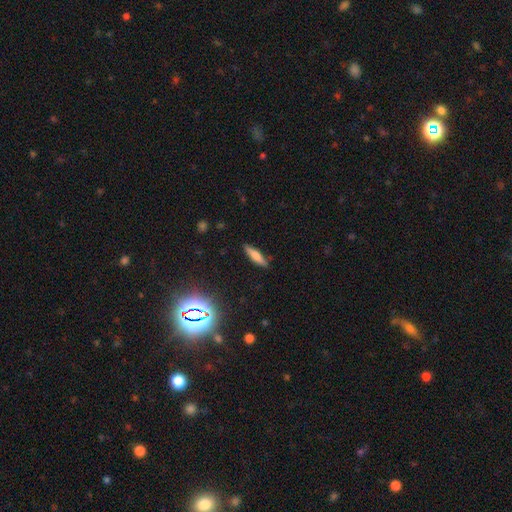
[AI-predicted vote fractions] Smooth or featured?
  - smooth: 60% *
  - featured or disk: 28%
  - star or artifact: 11%
How rounded?
  - cigar-shaped: 73% *
  - in between: 24%
  - round: 2%
Merging?
  - none: 86% *
  - minor disturbance: 10%
  - major disturbance: 2%
  - merger: 1%